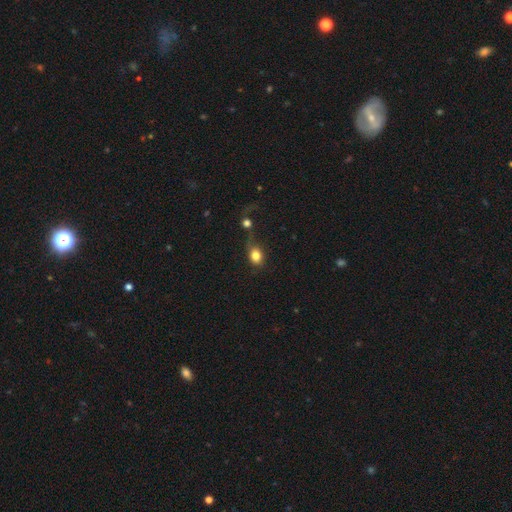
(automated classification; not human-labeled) smooth-or-featured: smooth: 81% | featured or disk: 10% | star or artifact: 10%
  how-rounded: in between: 50% | round: 48% | cigar-shaped: 2%
  merging: none: 40% | merger: 21% | minor disturbance: 20% | major disturbance: 19%